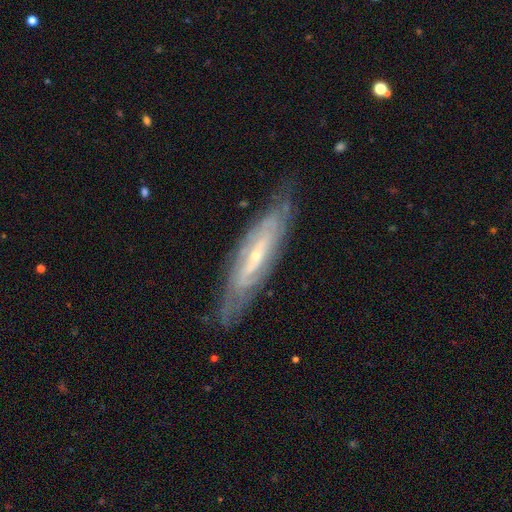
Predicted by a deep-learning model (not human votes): Smooth or featured? featured or disk (81%)
Edge-on disk? no (65%)
Bar? no (36%, tied with weak)
Spiral arms? yes (84%)
Bulge size? small (74%)
Merging? none (76%)